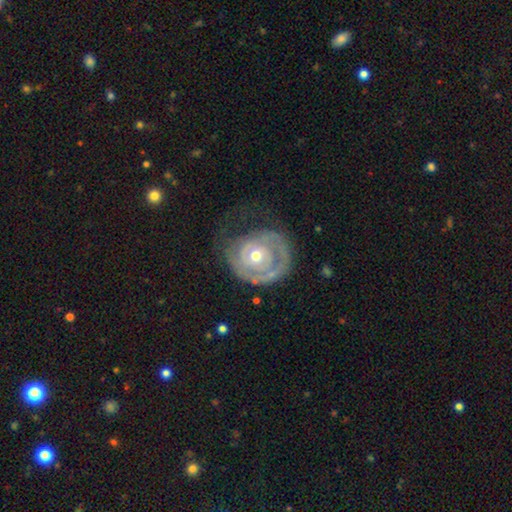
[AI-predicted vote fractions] The model was most divided on "bulge size": moderate: 57%, small: 37%, large: 4%, none: 1%, dominant: 1%. Remaining: edge-on disk — no (97%); bar — no (83%); smooth or featured — featured or disk (73%); spiral arms — yes (69%); merging — none (48%).